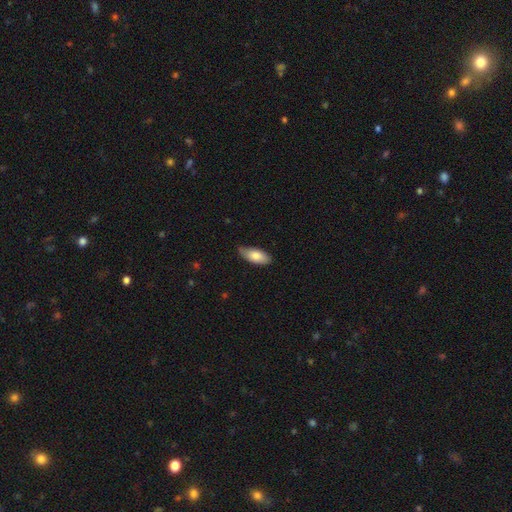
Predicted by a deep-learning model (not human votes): smooth 79%, featured or disk 16%, star or artifact 6%. Down the decision tree: how rounded — in between (87%); merging — none (67%).